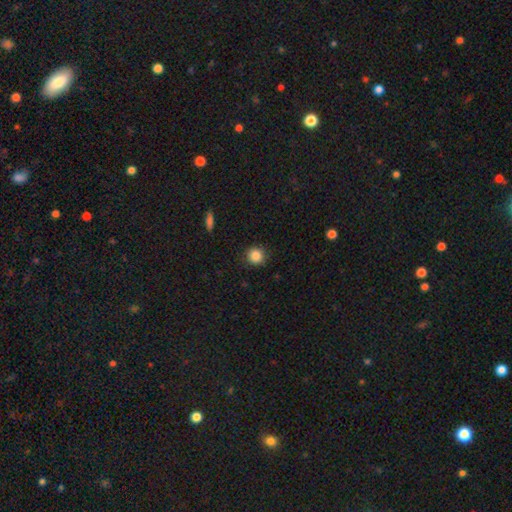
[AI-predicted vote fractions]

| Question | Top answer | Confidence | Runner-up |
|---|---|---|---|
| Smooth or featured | smooth | 86% | star or artifact (10%) |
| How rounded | round | 93% | in between (6%) |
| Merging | none | 89% | minor disturbance (8%) |